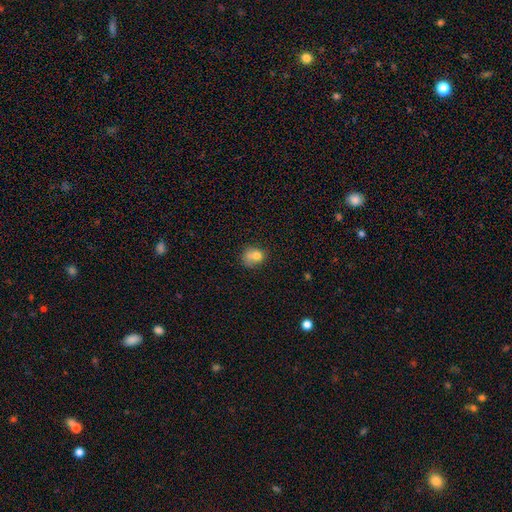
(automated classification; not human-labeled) A smooth galaxy with no disk features (75%) that is round (54%).

Vote fractions:
- Smooth or featured? smooth: 75% / featured or disk: 14% / star or artifact: 12%
- How rounded? round: 54% / in between: 45% / cigar-shaped: 1%
- Merging? none: 39% / minor disturbance: 29% / major disturbance: 18% / merger: 14%